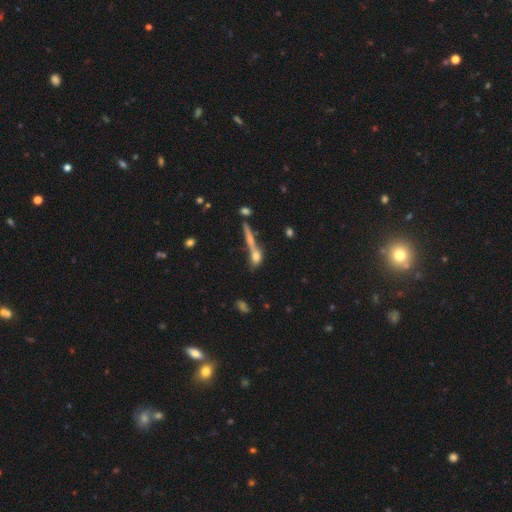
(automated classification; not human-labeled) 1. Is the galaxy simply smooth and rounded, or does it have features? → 58% smooth, 29% featured or disk, 13% star or artifact.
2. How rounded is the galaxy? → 48% cigar-shaped, 31% in between, 21% round.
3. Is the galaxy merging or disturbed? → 39% none, 38% merger, 13% minor disturbance, 10% major disturbance.